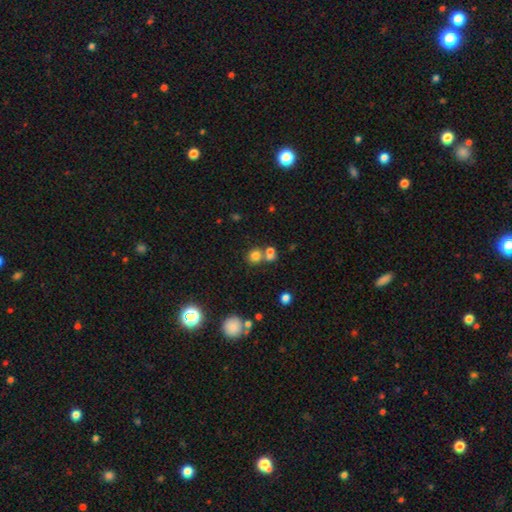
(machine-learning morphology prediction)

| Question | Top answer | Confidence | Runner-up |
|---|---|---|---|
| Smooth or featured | smooth | 75% | star or artifact (15%) |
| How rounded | round | 84% | in between (15%) |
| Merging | none | 52% | merger (37%) |